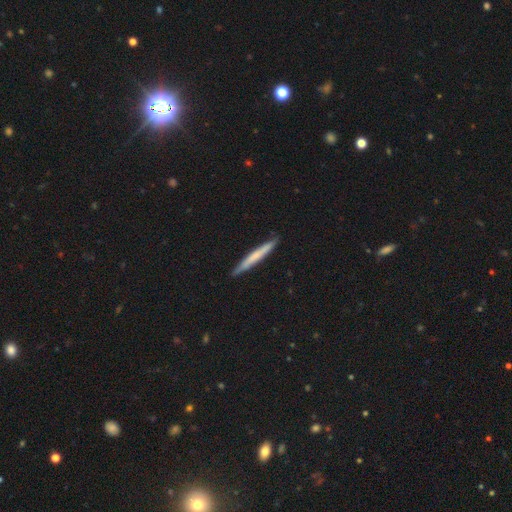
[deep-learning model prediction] Morphology: type=smooth (56%); roundness=cigar-shaped (97%); merging=none (89%).